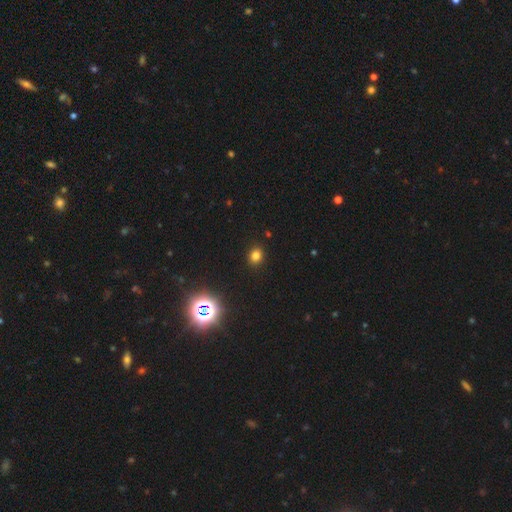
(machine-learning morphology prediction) smooth 75%, star or artifact 19%, featured or disk 6%. Down the decision tree: how rounded — round (64%); merging — none (90%).